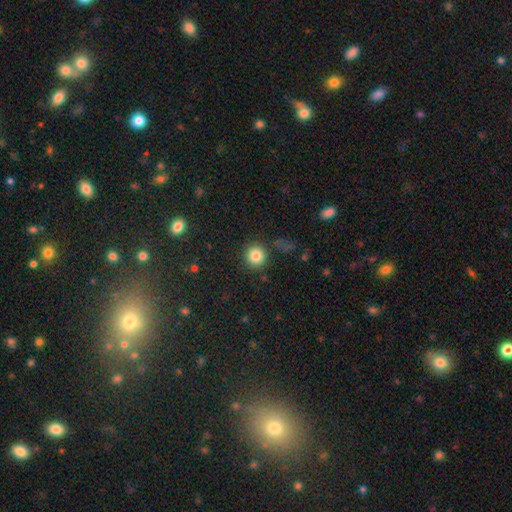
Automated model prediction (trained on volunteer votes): Overall: smooth (84%). How rounded: round (92%). Merging: none (86%).